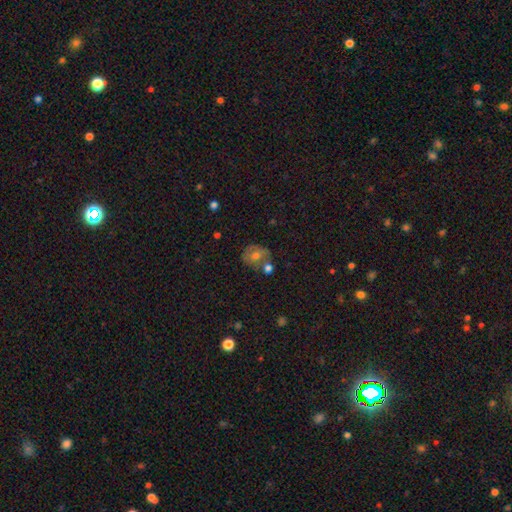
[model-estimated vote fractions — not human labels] smooth 51%, featured or disk 36%, star or artifact 13%. Down the decision tree: how rounded — round (62%); merging — none (59%).